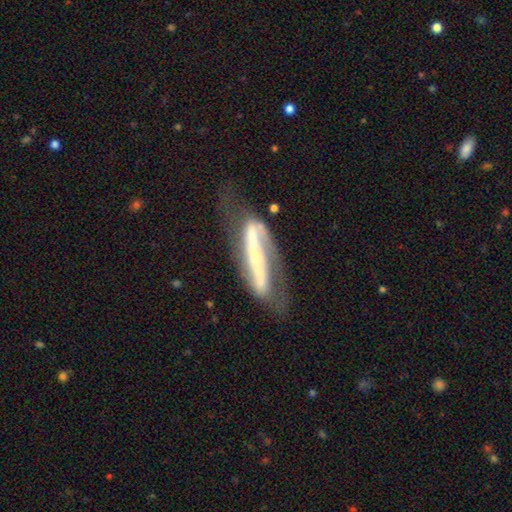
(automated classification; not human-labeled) smooth-or-featured: featured or disk: 84% | smooth: 11% | star or artifact: 5%
  disk-edge-on: no: 79% | yes: 21%
    bar: strong: 68% | no: 17% | weak: 16%
    has-spiral-arms: yes: 89% | no: 11%
      spiral-winding: loose: 43% | medium: 37% | tight: 20%
      spiral-arm-count: 2: 84% | 1: 7% | can't tell: 6% | 3: 1% | 4: 1% | more than 4: 1%
    bulge-size: small: 67% | moderate: 23% | none: 5% | large: 3% | dominant: 2%
  merging: none: 54% | minor disturbance: 25% | major disturbance: 19% | merger: 3%